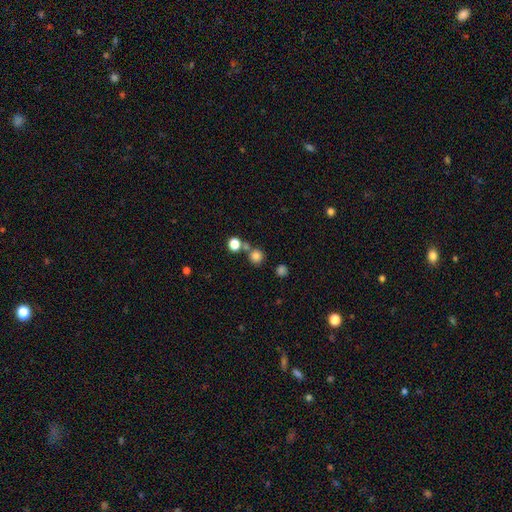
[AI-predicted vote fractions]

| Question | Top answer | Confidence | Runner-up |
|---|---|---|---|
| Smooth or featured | smooth | 80% | star or artifact (14%) |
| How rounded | round | 91% | in between (8%) |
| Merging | none | 68% | merger (20%) |